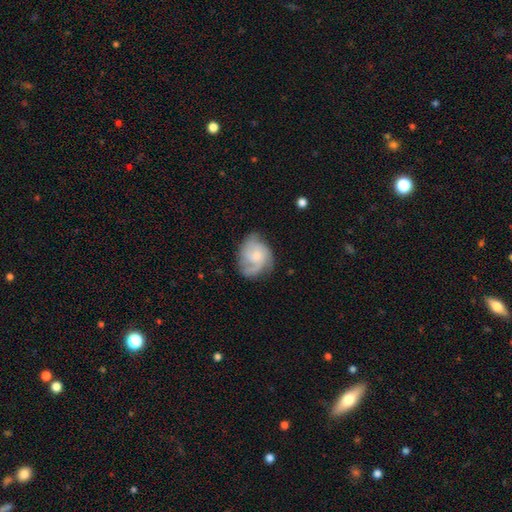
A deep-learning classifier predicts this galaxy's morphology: Smooth or featured? Predicted: featured or disk (p=0.72). Edge-on disk? Predicted: no (p=0.98). Bar? Predicted: no (p=0.71). Spiral arms? Predicted: yes (p=0.94). Spiral winding? Predicted: medium (p=0.47). Spiral arm count? Predicted: 3 (p=0.50). Bulge size? Predicted: small (p=0.56). Merging? Predicted: none (p=0.61).